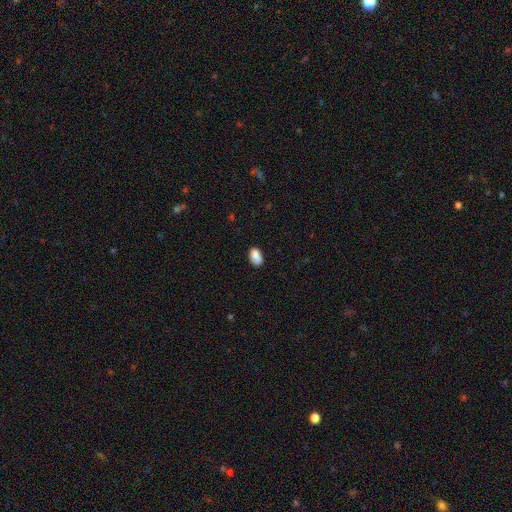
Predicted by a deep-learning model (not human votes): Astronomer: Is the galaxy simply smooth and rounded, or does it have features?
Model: smooth — 87%.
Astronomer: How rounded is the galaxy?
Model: in between — 91%.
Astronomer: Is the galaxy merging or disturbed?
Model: none — 79%.